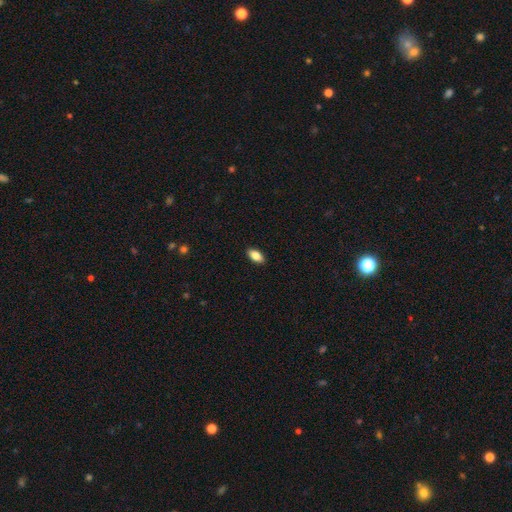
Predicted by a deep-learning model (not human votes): This appears to be a smooth galaxy with no disk features (83%) that is in between round and cigar-shaped (90%). Merging: none (90%).